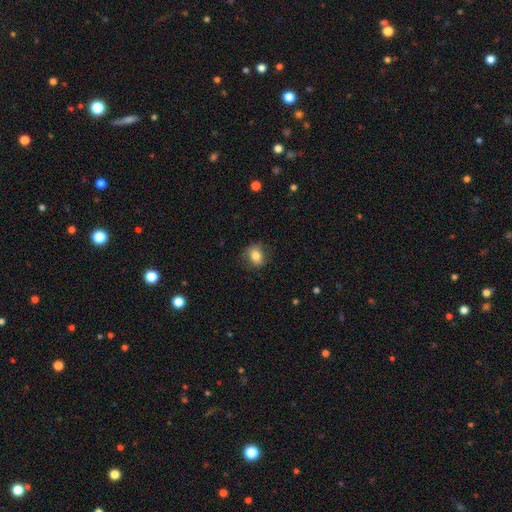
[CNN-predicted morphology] A smooth galaxy with no disk features (76%) that is round (56%).

Vote fractions:
- Smooth or featured? smooth: 76% / featured or disk: 14% / star or artifact: 9%
- How rounded? round: 56% / in between: 43% / cigar-shaped: 1%
- Merging? none: 77% / minor disturbance: 16% / major disturbance: 5% / merger: 1%